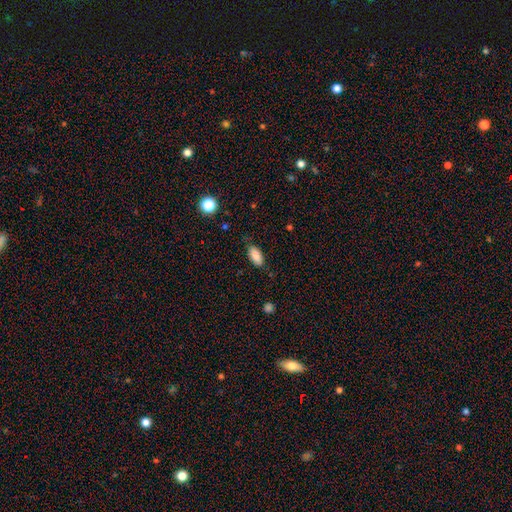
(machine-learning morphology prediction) This is clearly a smooth galaxy (86%). How rounded: clearly in between (91%). Merging: likely none (79%).